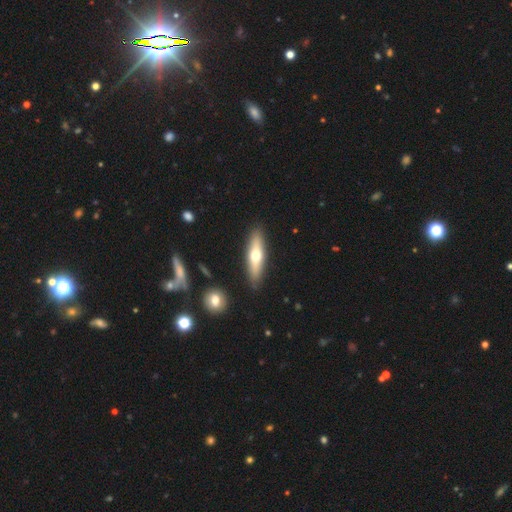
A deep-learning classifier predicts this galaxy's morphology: A smooth galaxy with no disk features (52%) that is cigar-shaped (65%). Merging: none (88%).